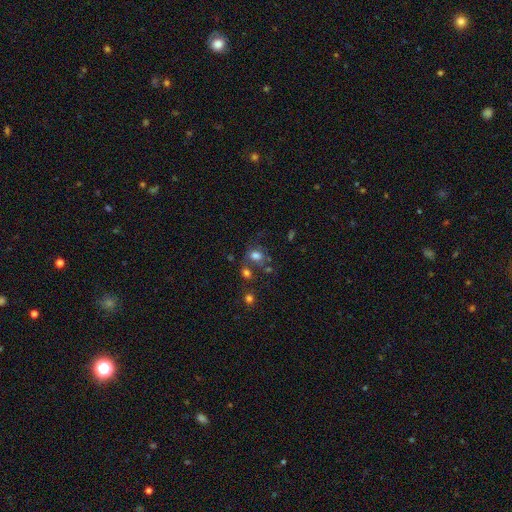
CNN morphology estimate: Overall: smooth (70%). How rounded: in between (54%; round 45%). Merging: none (48%; merger 23%).